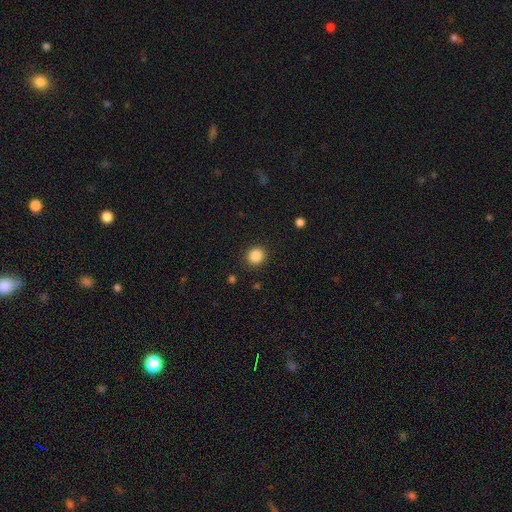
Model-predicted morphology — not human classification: This appears to be a smooth galaxy with no disk features (86%) that is round (88%). Merging: none (90%).